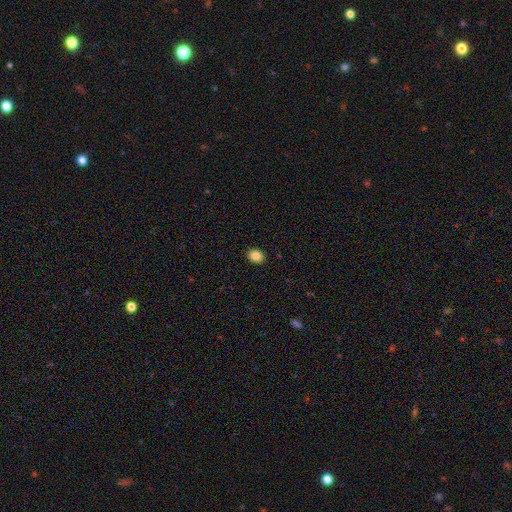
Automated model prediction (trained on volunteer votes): smooth_or_featured: smooth (p=0.86) [alt: star or artifact p=0.09]
how_rounded: in between (p=0.61) [alt: round p=0.38]
merging: none (p=0.90) [alt: minor disturbance p=0.07]